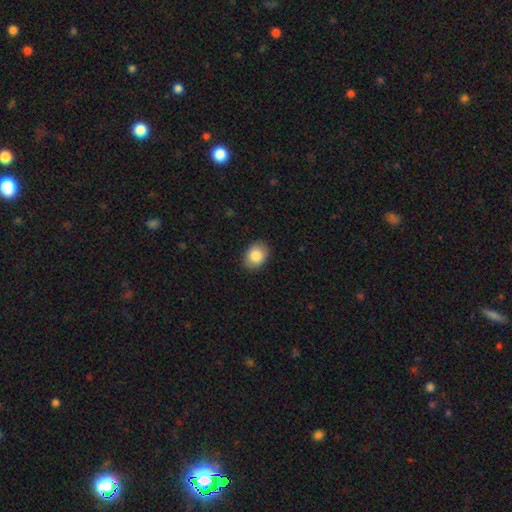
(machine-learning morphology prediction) smooth 86%, star or artifact 8%, featured or disk 7%. Down the decision tree: how rounded — in between (64%); merging — none (89%).